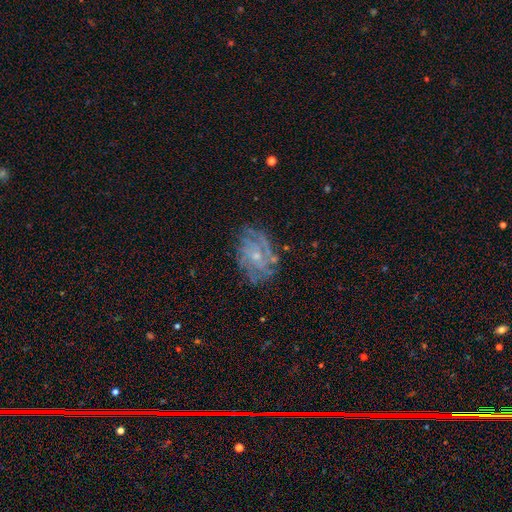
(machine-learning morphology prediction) Smooth or featured?
  - featured or disk: 77% *
  - smooth: 14%
  - star or artifact: 9%
Edge-on disk?
  - no: 97% *
  - yes: 3%
Bar?
  - no: 76% *
  - weak: 21%
  - strong: 4%
Spiral arms?
  - yes: 84% *
  - no: 16%
Spiral winding?
  - tight: 54% *
  - medium: 33%
  - loose: 13%
Spiral arm count?
  - can't tell: 46% *
  - 4: 15%
  - 3: 13%
  - 2: 12%
  - more than 4: 8%
  - 1: 6%
Bulge size?
  - small: 71% *
  - moderate: 23%
  - none: 3%
  - large: 1%
  - dominant: 1%
Merging?
  - none: 71% *
  - minor disturbance: 18%
  - major disturbance: 9%
  - merger: 2%